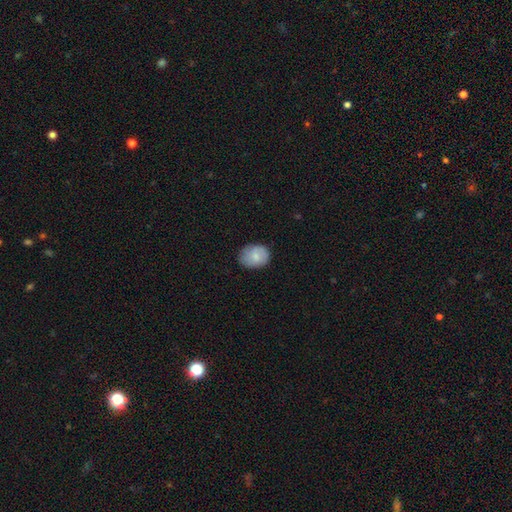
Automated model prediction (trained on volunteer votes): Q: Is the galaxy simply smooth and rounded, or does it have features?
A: smooth — 77%.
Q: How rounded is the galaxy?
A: in between — 54%.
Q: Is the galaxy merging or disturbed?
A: none — 79%.